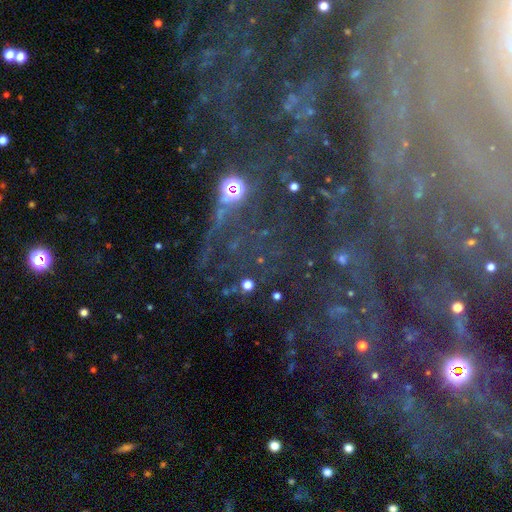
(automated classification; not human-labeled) smooth_or_featured: star or artifact (p=0.46) [alt: featured or disk p=0.40]